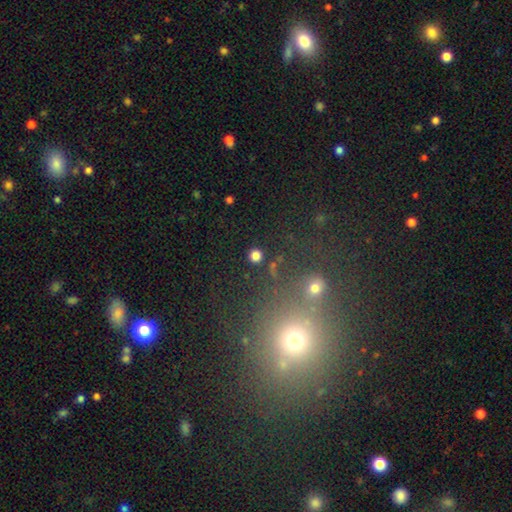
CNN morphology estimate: smooth 79%, star or artifact 16%, featured or disk 5%. Down the decision tree: how rounded — round (93%); merging — none (87%).